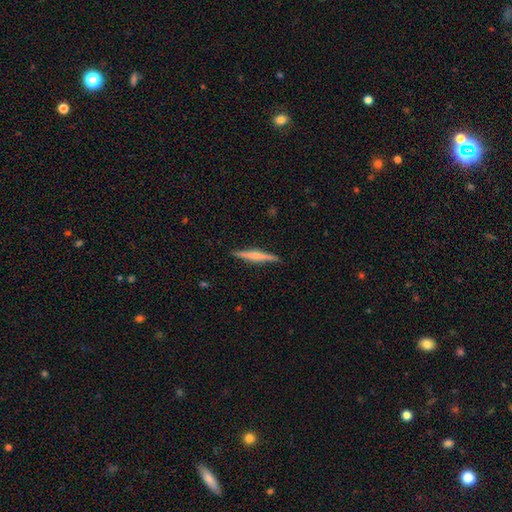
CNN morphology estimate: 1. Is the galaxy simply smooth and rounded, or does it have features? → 56% featured or disk, 38% smooth, 6% star or artifact.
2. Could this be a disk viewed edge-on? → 97% yes, 3% no.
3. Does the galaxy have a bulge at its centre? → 53% rounded, 30% none, 17% boxy.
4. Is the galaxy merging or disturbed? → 90% none, 7% minor disturbance, 2% major disturbance, 1% merger.